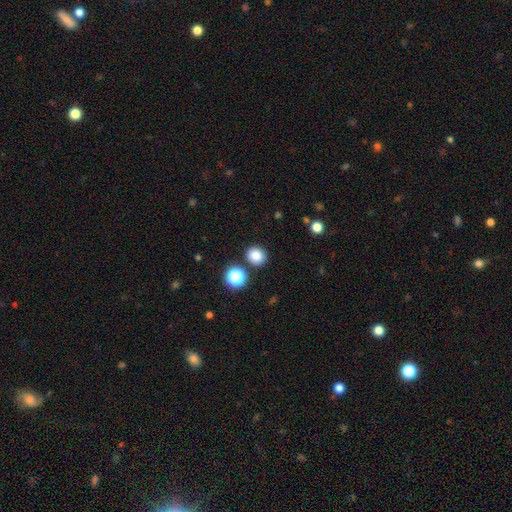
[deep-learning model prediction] The model was most divided on "how rounded": round: 81%, in between: 19%, cigar-shaped: 1%. More confident: merging — none (85%); smooth or featured — smooth (82%).